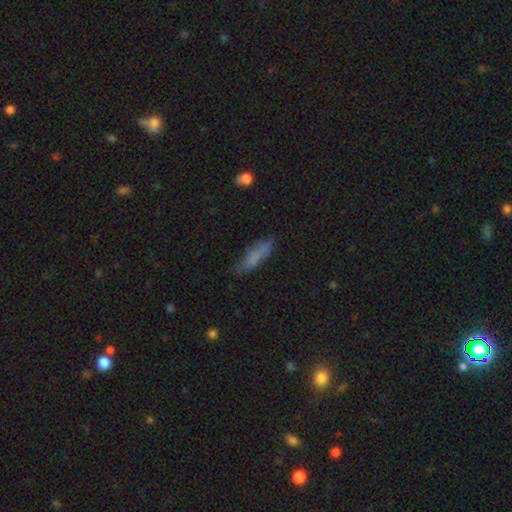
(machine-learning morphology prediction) smooth 71%, featured or disk 19%, star or artifact 10%. Down the decision tree: how rounded — cigar-shaped (71%); merging — none (64%).